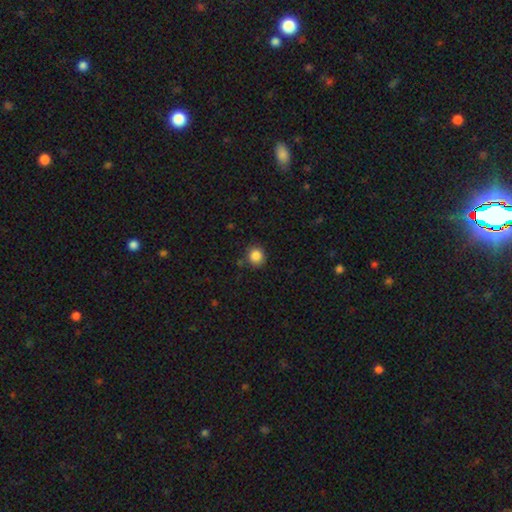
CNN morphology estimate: This appears to be a smooth galaxy with no disk features (86%) that is round (88%). Merging: none (83%).